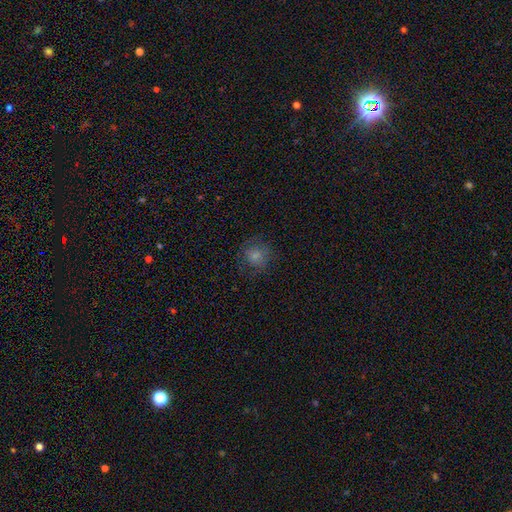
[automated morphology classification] A smooth galaxy with no disk features (78%) that is round (87%). Merging: none (76%).